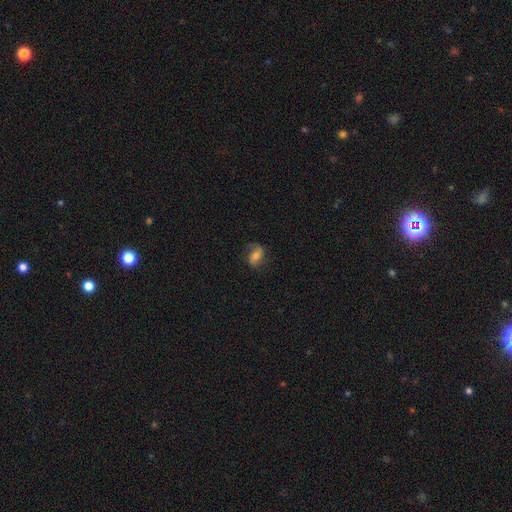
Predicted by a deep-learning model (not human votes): Overall: featured or disk (59%; smooth 33%). Edge-on disk: no (96%). Bar: no (38%; weak 37%). Spiral arms: yes (89%). Bulge size: moderate (54%; small 34%). Merging: none (68%).